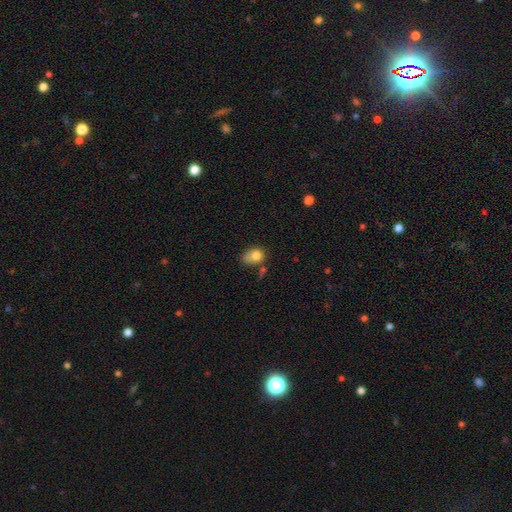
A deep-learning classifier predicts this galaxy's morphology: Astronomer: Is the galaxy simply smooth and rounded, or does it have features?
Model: smooth — 79%.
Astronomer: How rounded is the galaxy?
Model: in between — 62% (runner-up: round, 37%).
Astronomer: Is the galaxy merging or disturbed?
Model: none — 37% (runner-up: minor disturbance, 32%).